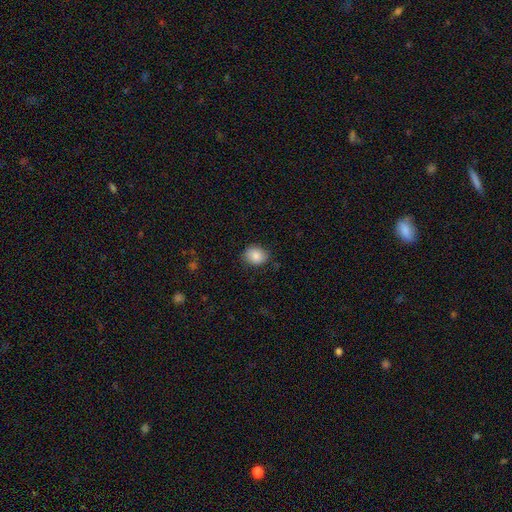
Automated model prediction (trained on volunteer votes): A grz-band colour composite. It shows a smooth galaxy with no disk features (86%) that is round (54%). Merging: none (82%).